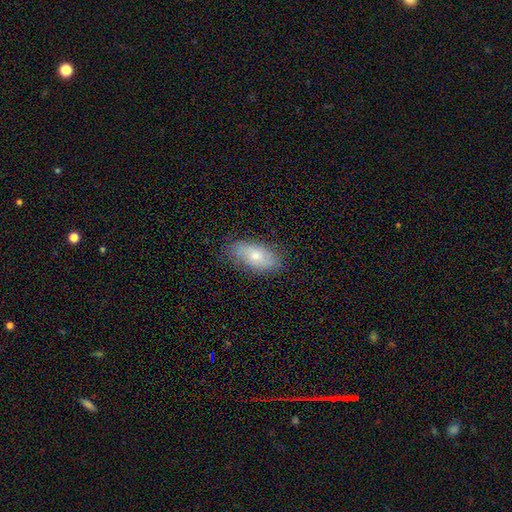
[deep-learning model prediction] smooth 59%, featured or disk 33%, star or artifact 7%. Down the decision tree: how rounded — in between (88%); merging — none (78%).